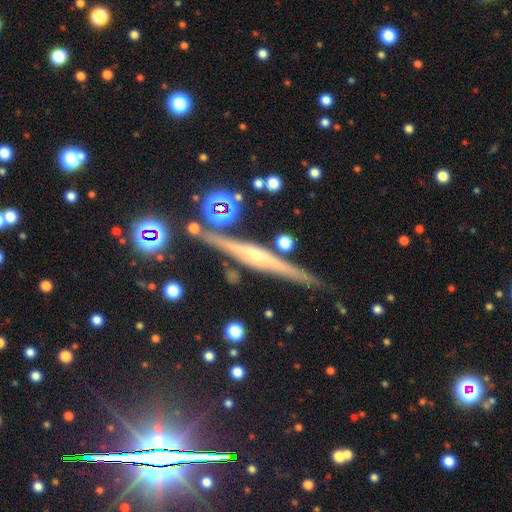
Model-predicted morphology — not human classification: type=featured or disk (75%); edge-on=yes (97%); edge-on bulge=rounded (75%); merging=none (85%).